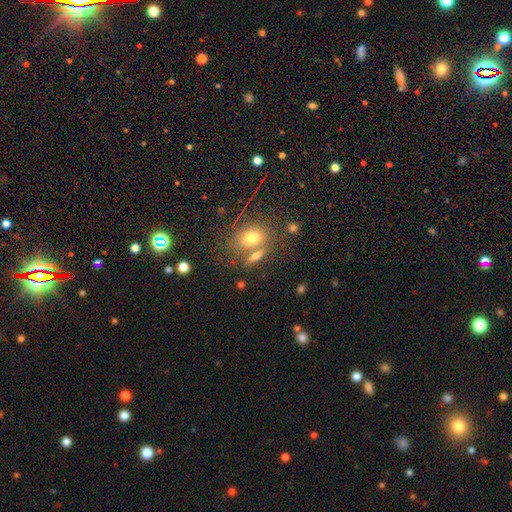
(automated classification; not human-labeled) smooth-or-featured: smooth: 64% | featured or disk: 21% | star or artifact: 14%
  how-rounded: in between: 55% | round: 24% | cigar-shaped: 21%
  merging: none: 57% | merger: 28% | minor disturbance: 10% | major disturbance: 5%